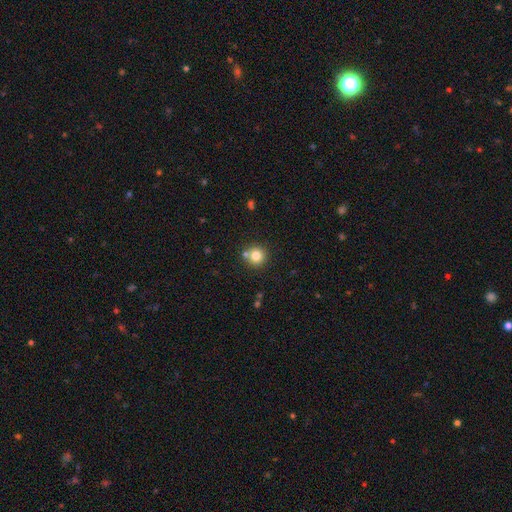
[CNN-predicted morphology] The model was most divided on "merging": none: 76%, merger: 14%, minor disturbance: 8%, major disturbance: 3%. More confident: how rounded — round (94%); smooth or featured — smooth (80%).